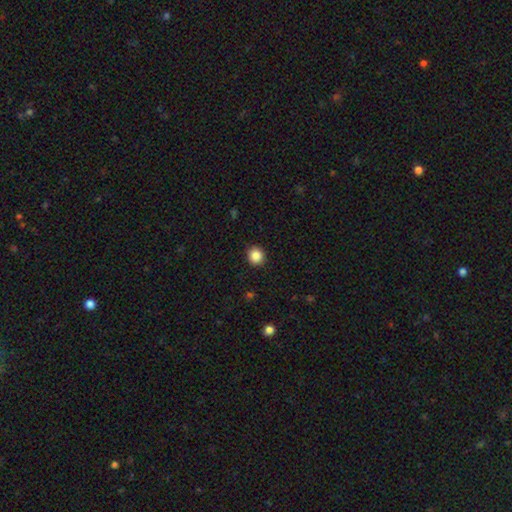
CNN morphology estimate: The model was most divided on "smooth or featured": smooth: 87%, star or artifact: 10%, featured or disk: 3%. More confident: merging — none (90%); how rounded — round (89%).